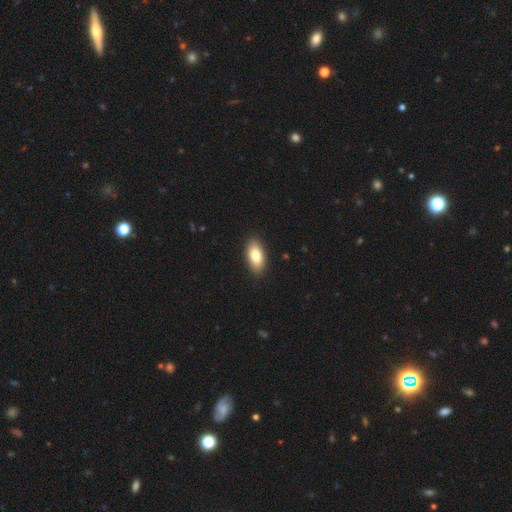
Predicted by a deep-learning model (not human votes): Smooth or featured?
  - smooth: 82% *
  - featured or disk: 11%
  - star or artifact: 6%
How rounded?
  - in between: 90% *
  - cigar-shaped: 7%
  - round: 3%
Merging?
  - none: 89% *
  - minor disturbance: 8%
  - major disturbance: 2%
  - merger: 1%